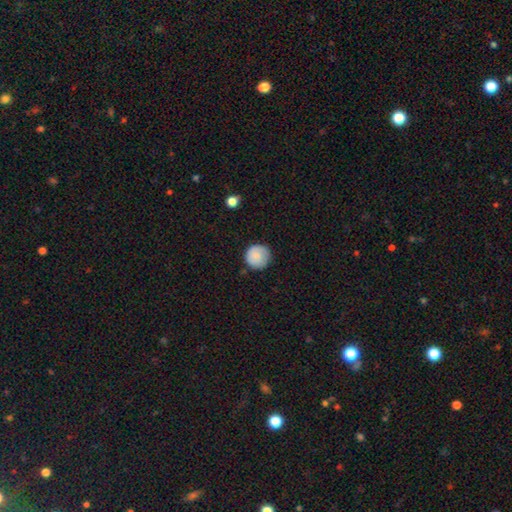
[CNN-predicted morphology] smooth 82%, featured or disk 11%, star or artifact 7%. Down the decision tree: how rounded — round (94%); merging — none (82%).